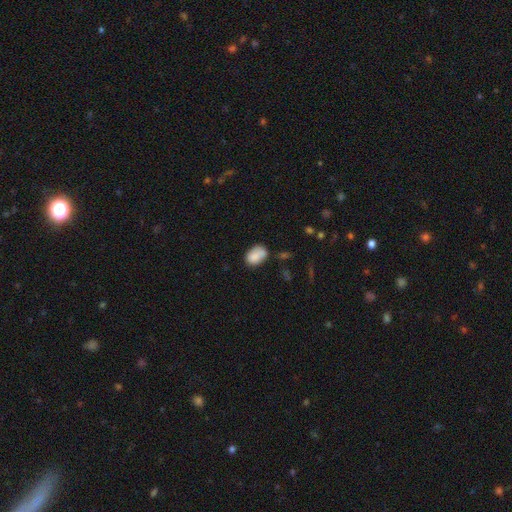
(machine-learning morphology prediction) type=smooth (83%); roundness=in between (82%); merging=none (55%).